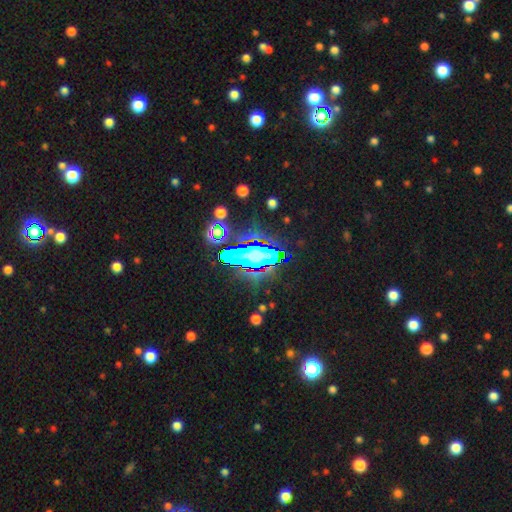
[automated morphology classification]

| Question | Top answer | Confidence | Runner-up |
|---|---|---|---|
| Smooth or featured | star or artifact | 57% | smooth (24%) |